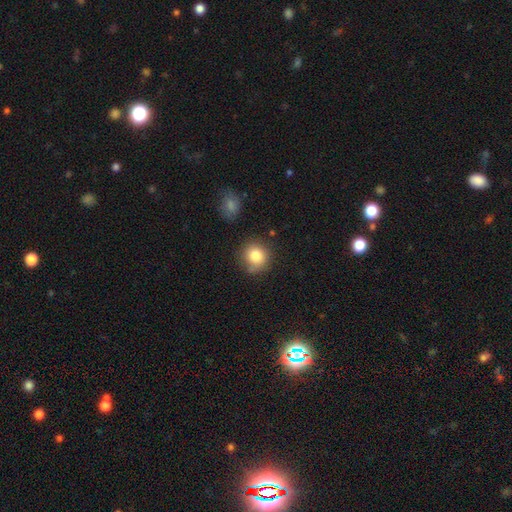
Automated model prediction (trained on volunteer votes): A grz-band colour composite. It shows a smooth galaxy with no disk features (83%) that is round (89%). Merging: none (75%).